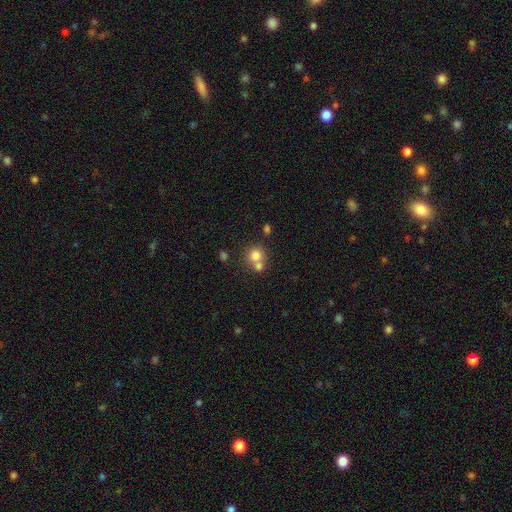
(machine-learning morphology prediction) Smooth or featured? smooth (77%)
How rounded? round (86%)
Merging? none (45%, tied with merger)